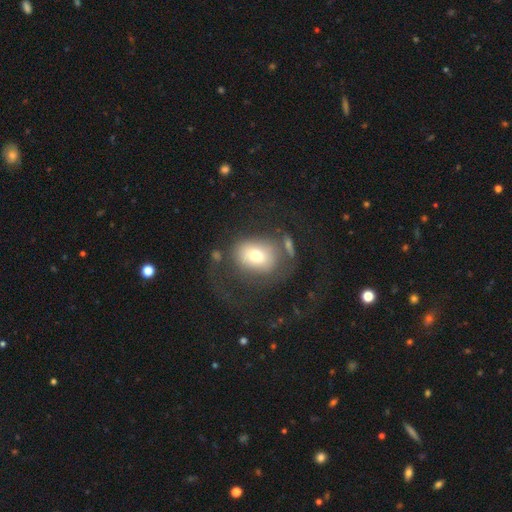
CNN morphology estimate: smooth-or-featured: smooth: 64% | featured or disk: 26% | star or artifact: 10%
  how-rounded: in between: 53% | round: 46% | cigar-shaped: 1%
  merging: none: 39% | major disturbance: 36% | minor disturbance: 16% | merger: 9%